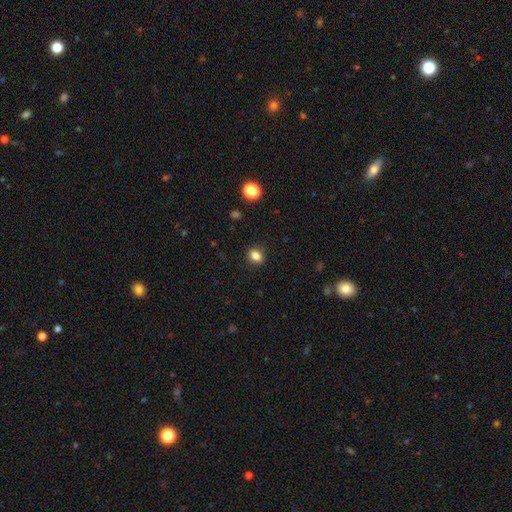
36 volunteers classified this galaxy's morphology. Smooth or featured? smooth (94%)
How rounded? in between (59%)
Merging? none (97%)